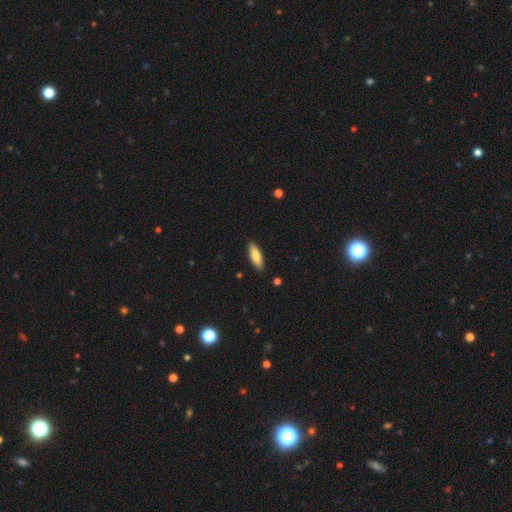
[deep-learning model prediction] smooth_or_featured: smooth (p=0.83) [alt: featured or disk p=0.11]
how_rounded: in between (p=0.63) [alt: cigar-shaped p=0.36]
merging: none (p=0.89) [alt: minor disturbance p=0.08]